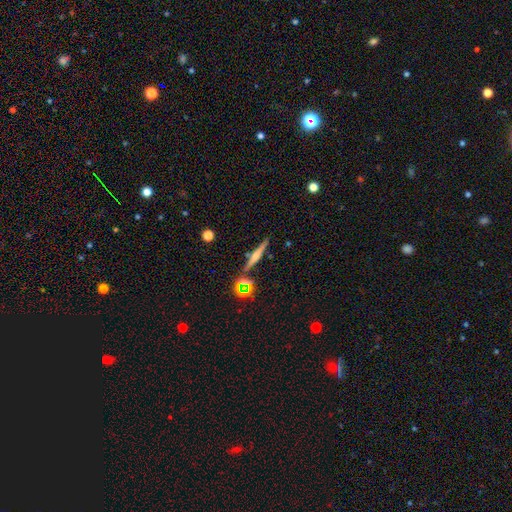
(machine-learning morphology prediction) A featured or disk galaxy (54%) viewed edge-on (95%) with a rounded central bulge (74%). Merging: none (82%).